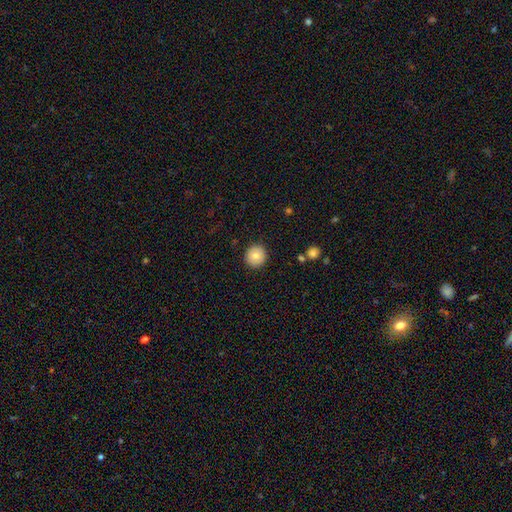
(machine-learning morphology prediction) Smooth or featured?
  - smooth: 81% *
  - featured or disk: 11%
  - star or artifact: 9%
How rounded?
  - round: 94% *
  - in between: 5%
  - cigar-shaped: 1%
Merging?
  - none: 91% *
  - minor disturbance: 6%
  - major disturbance: 2%
  - merger: 1%